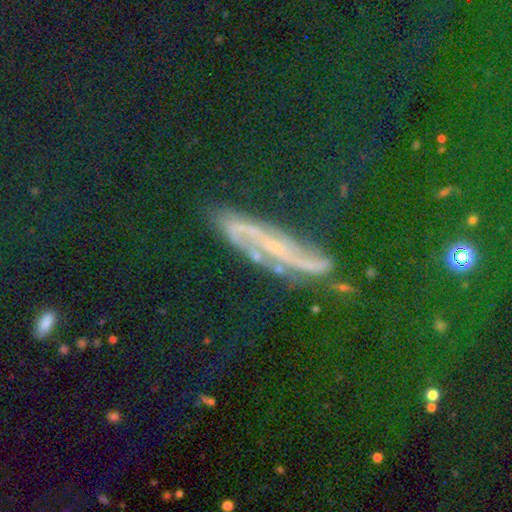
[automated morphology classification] Overall: featured or disk (68%). Edge-on disk: no (78%). Bar: no (55%; weak 30%). Spiral arms: yes (82%). Bulge size: small (61%). Merging: none (61%; minor disturbance 22%).